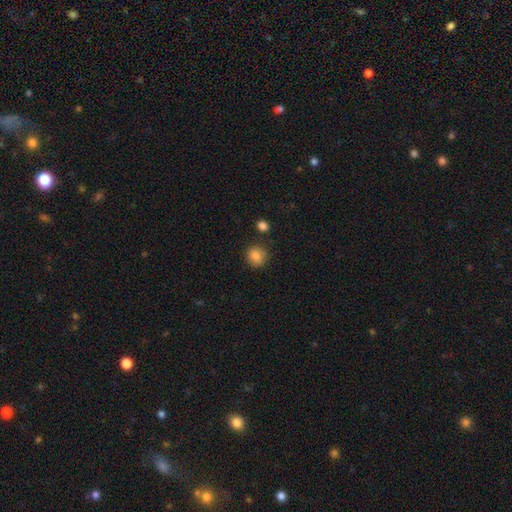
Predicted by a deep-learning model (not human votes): Smooth or featured? smooth (86%)
How rounded? round (83%)
Merging? none (82%)